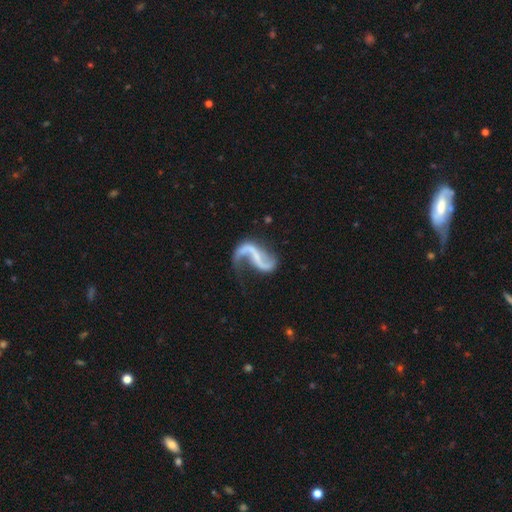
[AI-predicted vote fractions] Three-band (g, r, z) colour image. It shows a featured or disk galaxy (90%) with a weak bar (37%), 2 (88%) loose (85%) spiral arms (95%) and no central bulge (46%). Merging: none (56%).